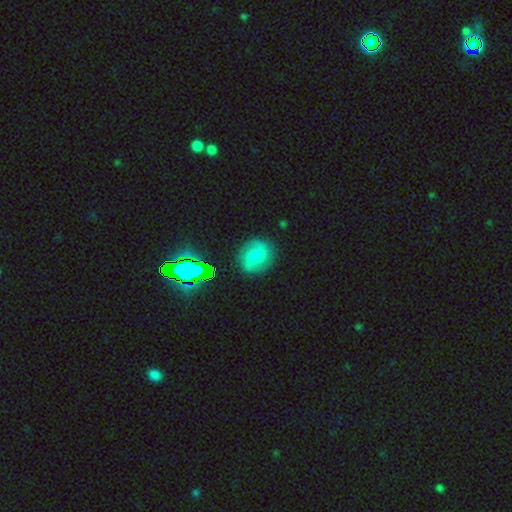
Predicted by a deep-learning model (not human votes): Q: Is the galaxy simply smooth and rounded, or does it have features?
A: featured or disk — 54%.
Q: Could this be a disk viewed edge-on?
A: no — 97%.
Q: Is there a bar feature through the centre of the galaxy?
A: no — 46%.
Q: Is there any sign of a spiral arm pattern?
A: yes — 91%.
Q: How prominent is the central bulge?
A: small — 32%.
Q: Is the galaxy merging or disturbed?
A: none — 80%.